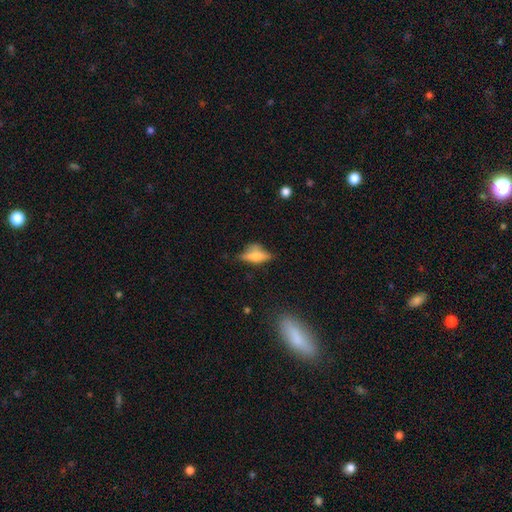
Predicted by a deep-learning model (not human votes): Q: Smooth or featured?
A: smooth (56%); runner-up: featured or disk (34%)
Q: How rounded?
A: in between (65%); runner-up: cigar-shaped (30%)
Q: Merging?
A: none (55%); runner-up: minor disturbance (28%)